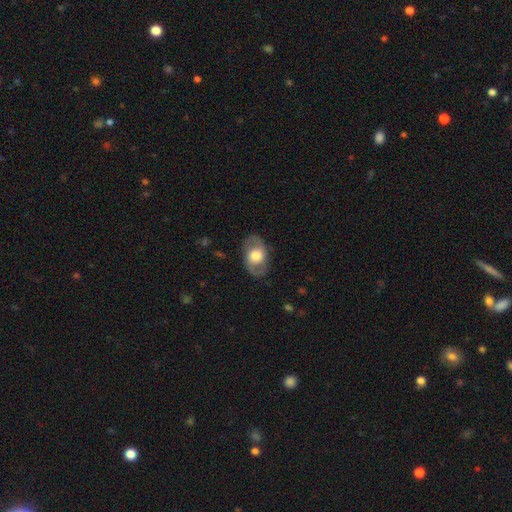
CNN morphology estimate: featured or disk 57%, smooth 37%, star or artifact 6%. Down the decision tree: edge-on disk — no (92%); bar — no (74%); spiral arms — yes (55%); bulge size — large (47%); merging — none (82%).